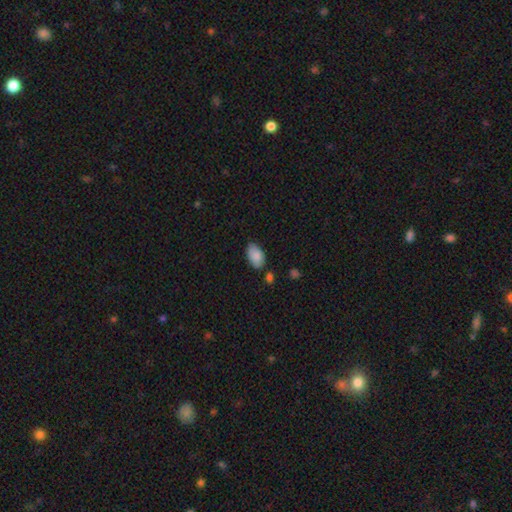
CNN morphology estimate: Smooth or featured? Predicted: smooth (p=0.86). How rounded? Predicted: in between (p=0.94). Merging? Predicted: none (p=0.70).